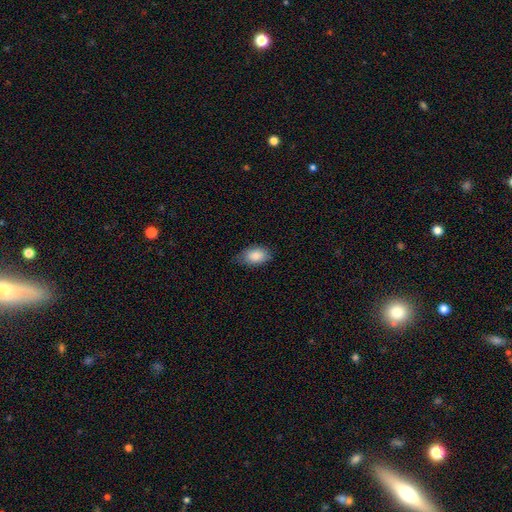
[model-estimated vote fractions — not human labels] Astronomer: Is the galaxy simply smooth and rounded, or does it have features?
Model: smooth — 88%.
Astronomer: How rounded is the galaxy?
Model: in between — 91%.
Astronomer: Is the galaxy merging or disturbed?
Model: none — 69%.